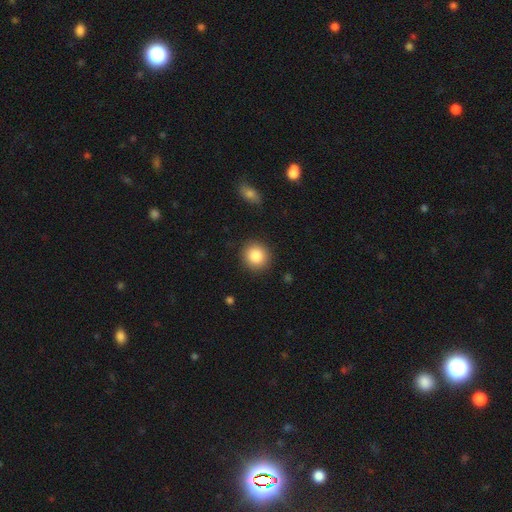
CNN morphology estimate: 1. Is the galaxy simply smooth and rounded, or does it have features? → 86% smooth, 8% star or artifact, 5% featured or disk.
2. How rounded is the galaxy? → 89% round, 10% in between, 1% cigar-shaped.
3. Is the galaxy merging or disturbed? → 90% none, 7% minor disturbance, 2% major disturbance, 1% merger.